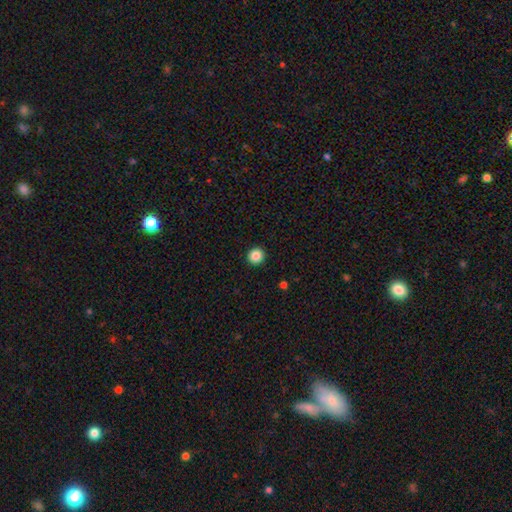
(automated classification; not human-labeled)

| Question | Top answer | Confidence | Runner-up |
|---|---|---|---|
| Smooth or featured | smooth | 87% | star or artifact (10%) |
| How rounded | round | 94% | in between (5%) |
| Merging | none | 94% | minor disturbance (4%) |